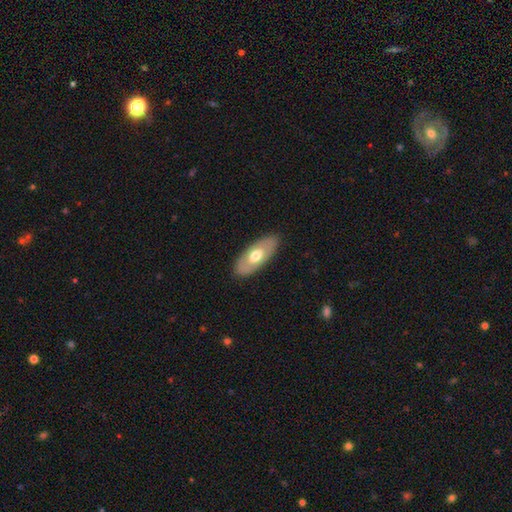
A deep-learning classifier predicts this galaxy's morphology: smooth 52%, featured or disk 43%, star or artifact 5%. Down the decision tree: how rounded — in between (87%); merging — none (86%).